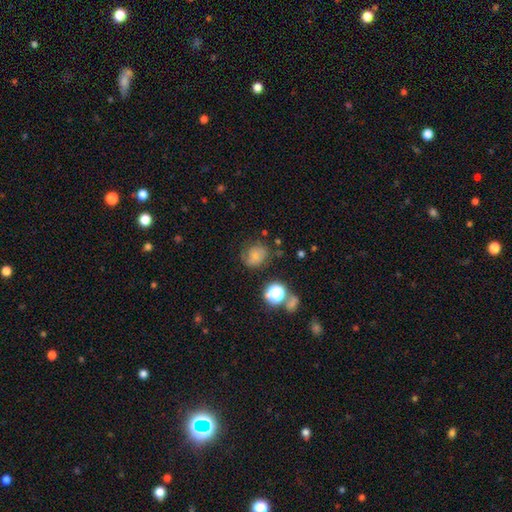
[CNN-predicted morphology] type=smooth (60%); roundness=round (64%); merging=none (57%).